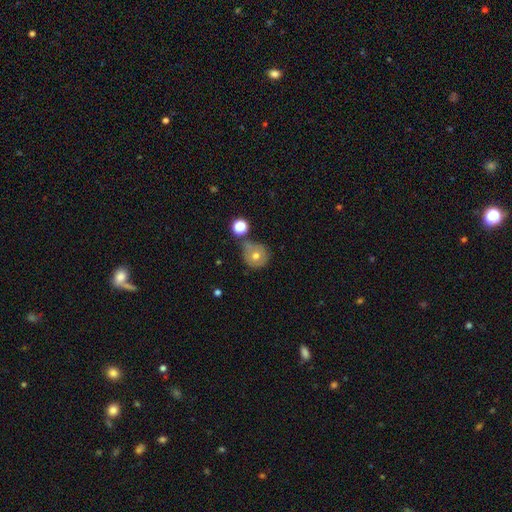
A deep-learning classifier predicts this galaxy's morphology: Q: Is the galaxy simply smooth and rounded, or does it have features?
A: smooth — 65%.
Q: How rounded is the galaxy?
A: round — 89%.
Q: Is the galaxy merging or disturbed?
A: none — 55%.